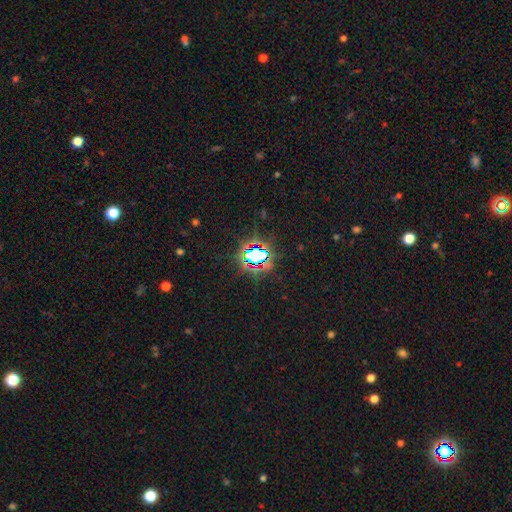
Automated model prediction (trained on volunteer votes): This appears to be a star or artifact, not a galaxy (70%).